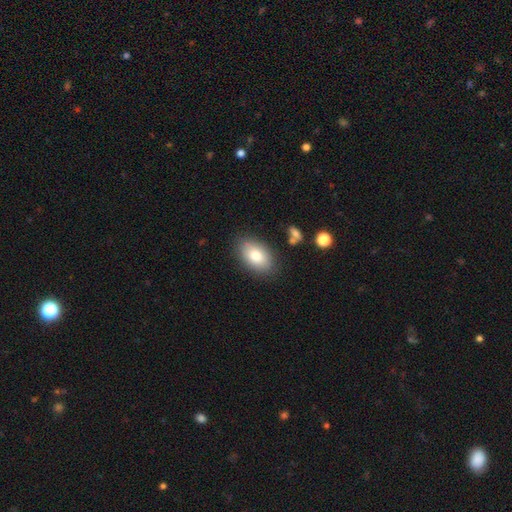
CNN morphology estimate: smooth-or-featured: smooth: 81% | featured or disk: 12% | star or artifact: 7%
  how-rounded: in between: 91% | round: 8% | cigar-shaped: 1%
  merging: none: 83% | minor disturbance: 12% | major disturbance: 3% | merger: 2%